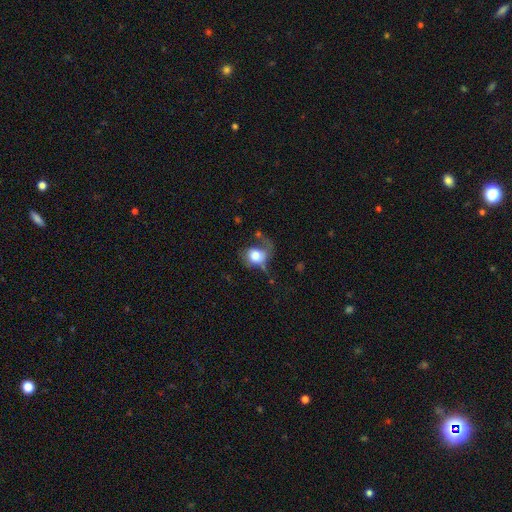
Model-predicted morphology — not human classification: Overall: smooth (71%). How rounded: round (63%; in between 36%). Merging: major disturbance (38%; none 29%).